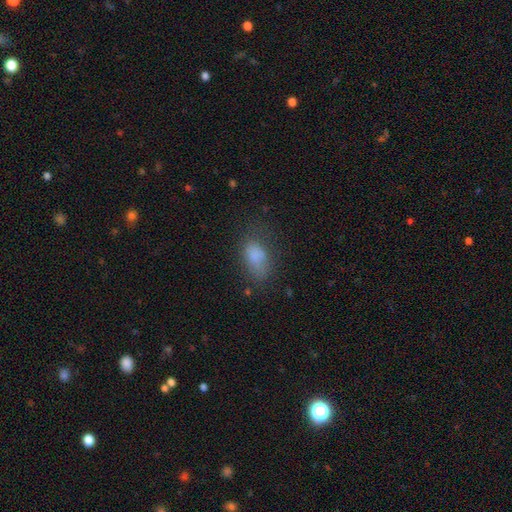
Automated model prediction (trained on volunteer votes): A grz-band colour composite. It shows a smooth galaxy with no disk features (78%) that is in between round and cigar-shaped (87%). Merging: none (53%).